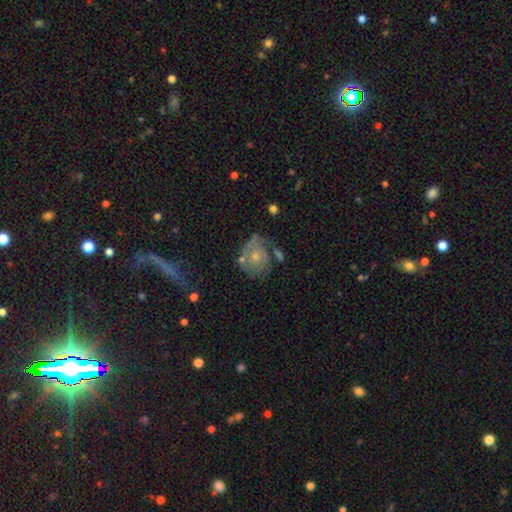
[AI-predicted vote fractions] A featured or disk galaxy (73%) with no bar (80%), 2 (38%) tight (60%) spiral arms (86%) and a small central bulge (53%).

Vote fractions:
- Smooth or featured? featured or disk: 73% / smooth: 20% / star or artifact: 8%
- Edge-on disk? no: 97% / yes: 3%
- Bar? no: 80% / weak: 17% / strong: 3%
- Spiral arms? yes: 86% / no: 14%
- Spiral winding? tight: 60% / medium: 29% / loose: 11%
- Spiral arm count? 2: 38% / can't tell: 31% / 1: 13% / 3: 11% / 4: 4% / more than 4: 3%
- Bulge size? small: 53% / moderate: 41% / none: 3% / large: 2% / dominant: 1%
- Merging? none: 53% / minor disturbance: 22% / major disturbance: 15% / merger: 10%